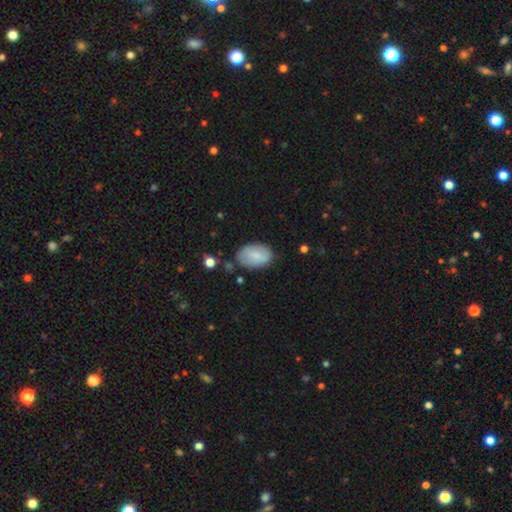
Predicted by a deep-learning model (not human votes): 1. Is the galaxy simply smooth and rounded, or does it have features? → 76% smooth, 18% featured or disk, 7% star or artifact.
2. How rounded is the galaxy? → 90% in between, 9% round, 1% cigar-shaped.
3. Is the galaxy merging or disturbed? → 76% none, 18% minor disturbance, 4% major disturbance, 3% merger.